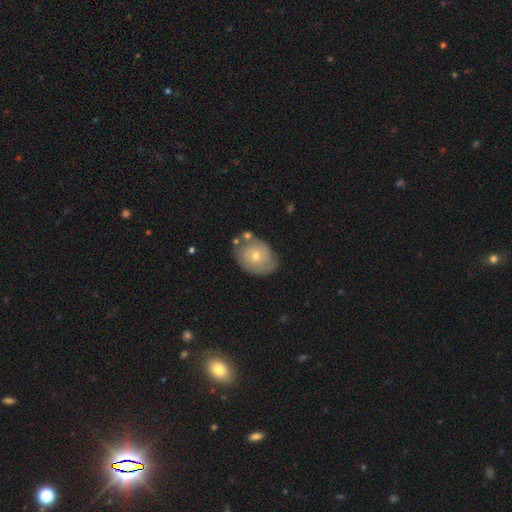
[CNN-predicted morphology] Overall: featured or disk (57%; smooth 35%). Edge-on disk: no (96%). Bar: no (81%). Spiral arms: yes (68%; no 32%). Bulge size: small (50%; moderate 47%). Merging: none (64%).